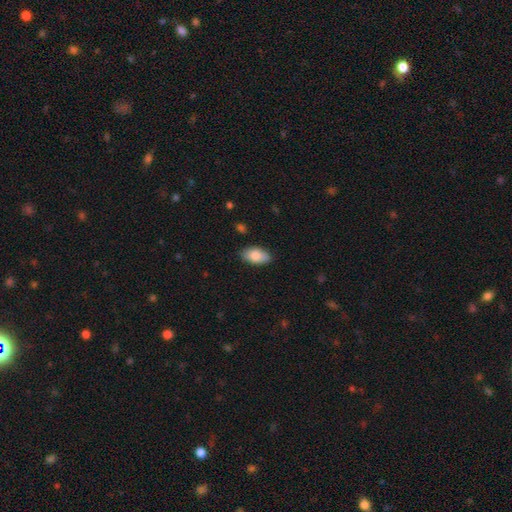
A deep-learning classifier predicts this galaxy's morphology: Overall: smooth (82%). How rounded: in between (93%). Merging: none (82%).